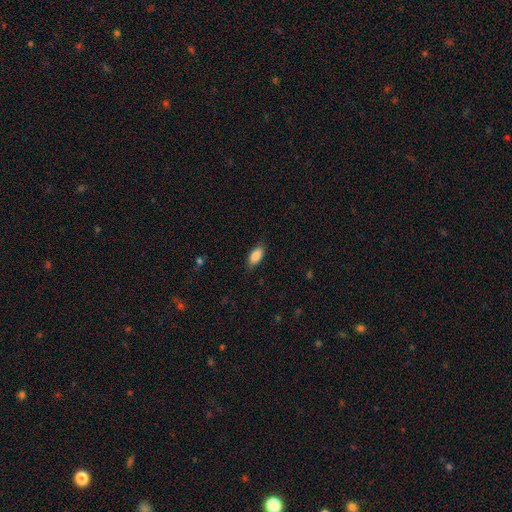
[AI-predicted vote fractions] Smooth or featured?
  - smooth: 87% *
  - star or artifact: 7%
  - featured or disk: 6%
How rounded?
  - in between: 89% *
  - cigar-shaped: 9%
  - round: 3%
Merging?
  - none: 84% *
  - minor disturbance: 13%
  - major disturbance: 3%
  - merger: 1%